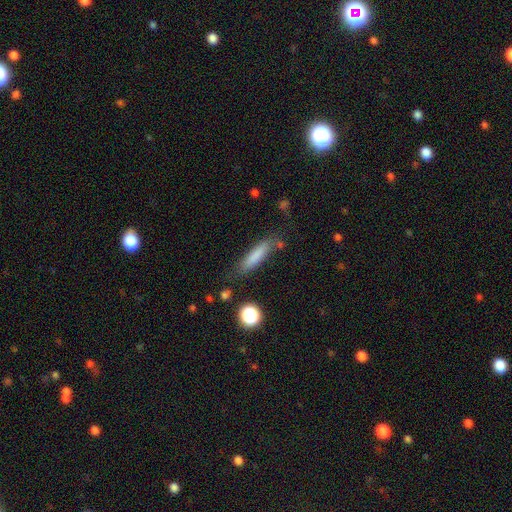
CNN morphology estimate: This appears to be a smooth galaxy with no disk features (79%) that is cigar-shaped (79%). Merging: none (74%).